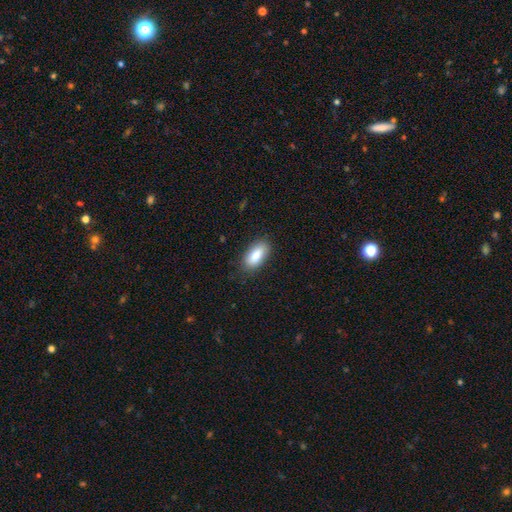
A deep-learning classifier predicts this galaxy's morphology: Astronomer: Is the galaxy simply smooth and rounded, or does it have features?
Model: smooth — 84%.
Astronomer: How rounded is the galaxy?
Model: in between — 88%.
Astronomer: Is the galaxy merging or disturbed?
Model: none — 83%.